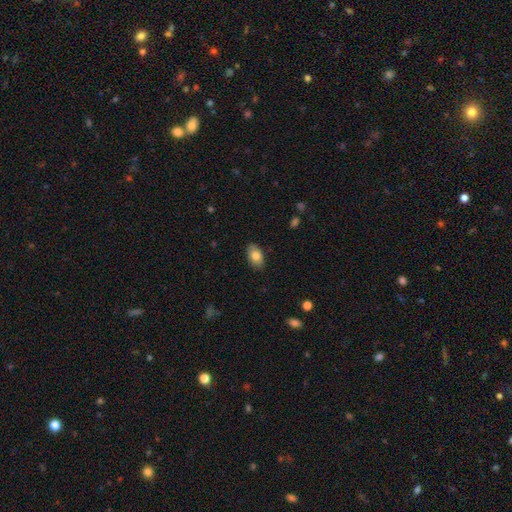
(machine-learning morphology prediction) smooth 82%, featured or disk 11%, star or artifact 7%. Down the decision tree: how rounded — in between (92%); merging — none (86%).